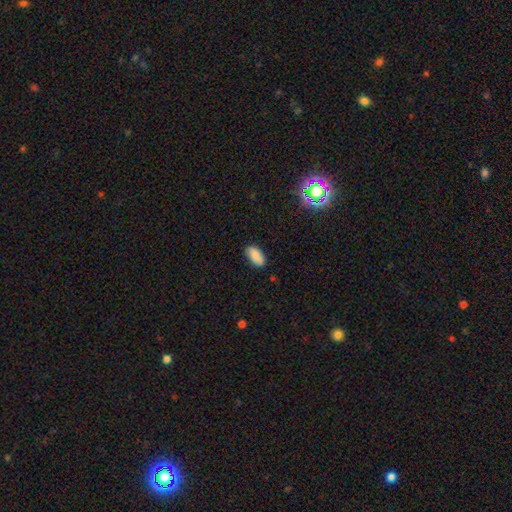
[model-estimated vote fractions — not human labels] Smooth or featured? Predicted: smooth (p=0.87). How rounded? Predicted: in between (p=0.93). Merging? Predicted: none (p=0.85).